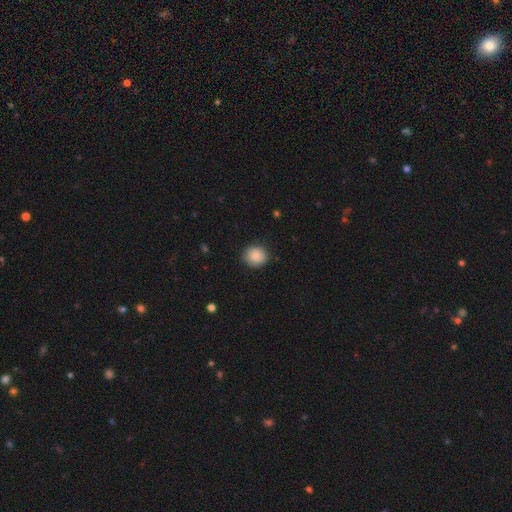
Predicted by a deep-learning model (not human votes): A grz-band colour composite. It shows a smooth galaxy with no disk features (88%) that is round (78%). Merging: none (88%).